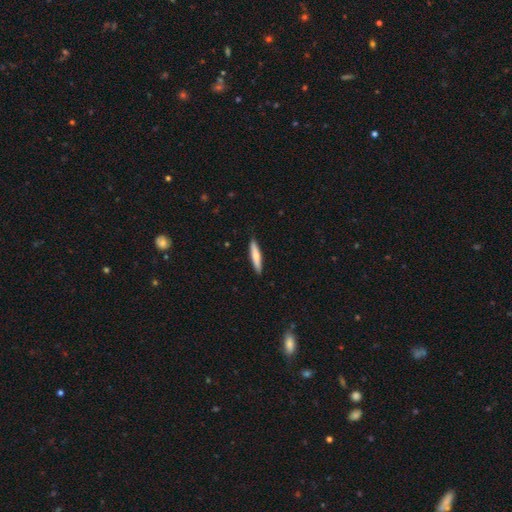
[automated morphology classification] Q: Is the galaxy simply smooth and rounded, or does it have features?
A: smooth — 69%.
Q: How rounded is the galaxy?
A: cigar-shaped — 88%.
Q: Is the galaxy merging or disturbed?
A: none — 90%.